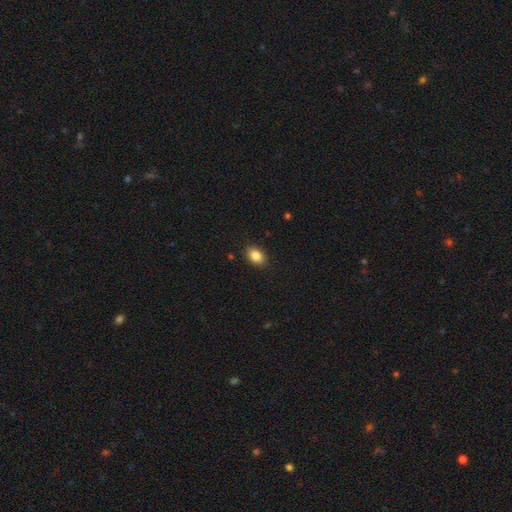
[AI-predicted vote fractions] smooth_or_featured: smooth (p=0.86) [alt: star or artifact p=0.08]
how_rounded: in between (p=0.83) [alt: round p=0.15]
merging: none (p=0.88) [alt: minor disturbance p=0.09]